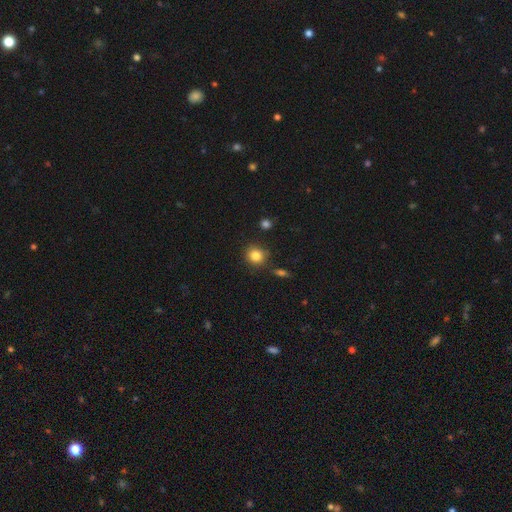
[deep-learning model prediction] A smooth galaxy with no disk features (83%) that is round (85%).

Vote fractions:
- Smooth or featured? smooth: 83% / star or artifact: 11% / featured or disk: 6%
- How rounded? round: 85% / in between: 14% / cigar-shaped: 1%
- Merging? none: 82% / minor disturbance: 11% / merger: 4% / major disturbance: 3%